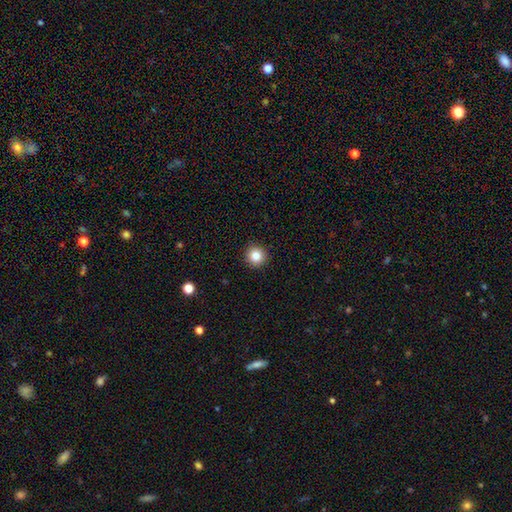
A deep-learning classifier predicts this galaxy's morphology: Smooth or featured? Predicted: smooth (p=0.84). How rounded? Predicted: round (p=0.95). Merging? Predicted: none (p=0.93).